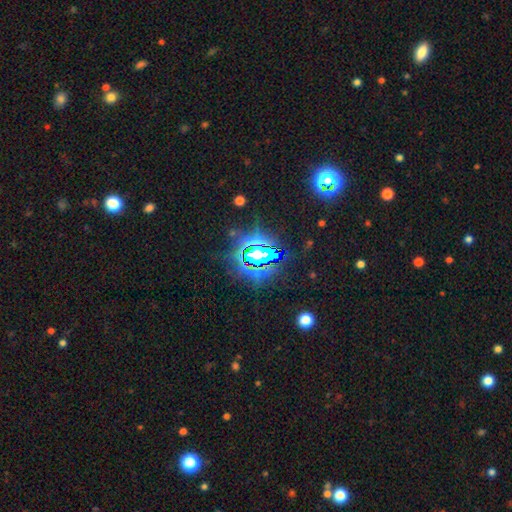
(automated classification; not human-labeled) Smooth or featured: star or artifact — 76% (smooth — 13%)